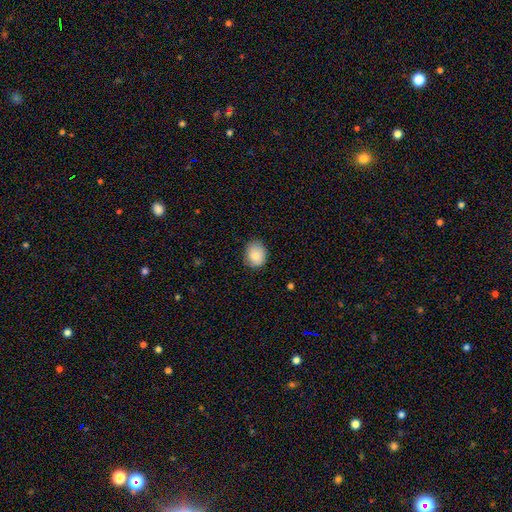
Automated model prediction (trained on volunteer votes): This is clearly a smooth galaxy (85%). How rounded: possibly round (56%). Merging: likely none (78%).